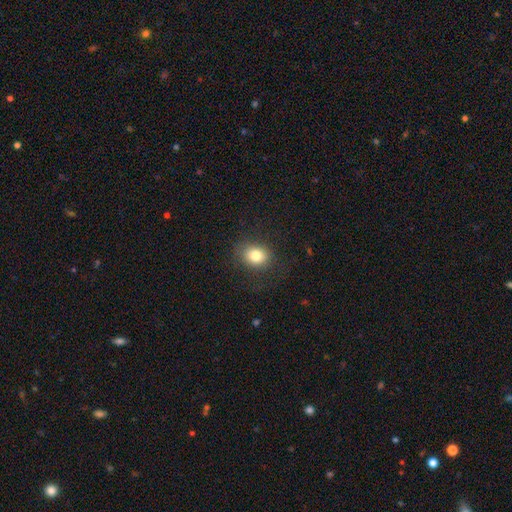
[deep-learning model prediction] This appears to be a smooth galaxy with no disk features (80%) that is round (54%). Merging: none (82%).